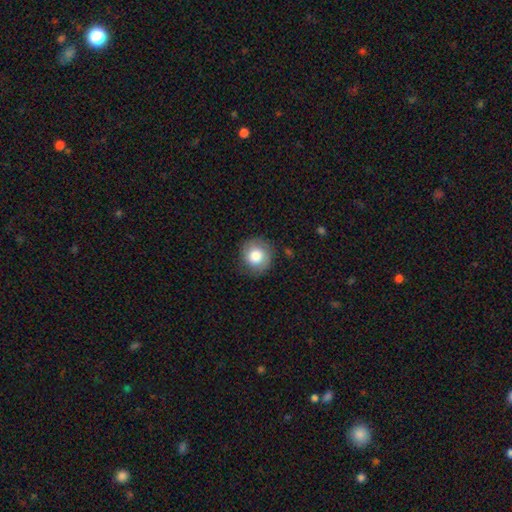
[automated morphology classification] A smooth galaxy with no disk features (79%) that is round (90%). Merging: none (82%).